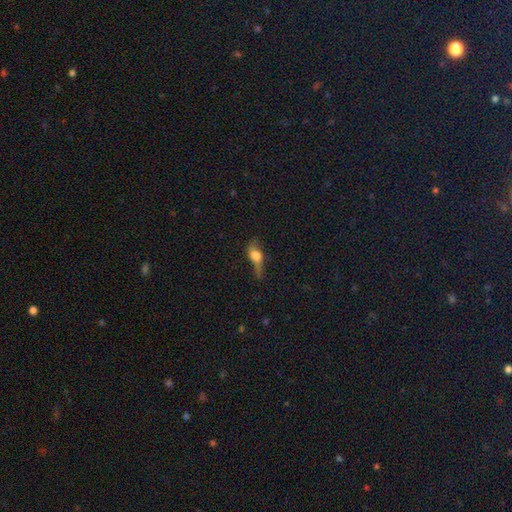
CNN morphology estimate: The model was most divided on "merging": none: 38%, minor disturbance: 30%, major disturbance: 28%, merger: 4%. More confident: how rounded — in between (60%); smooth or featured — smooth (53%).